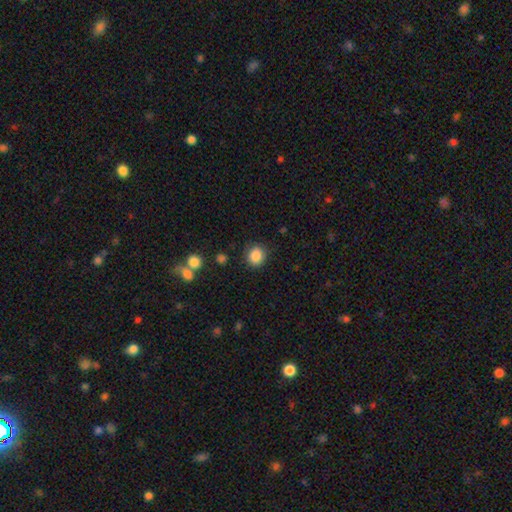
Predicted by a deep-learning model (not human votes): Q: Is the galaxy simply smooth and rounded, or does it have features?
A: smooth — 87%.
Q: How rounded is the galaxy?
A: round — 75%.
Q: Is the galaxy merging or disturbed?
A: none — 83%.